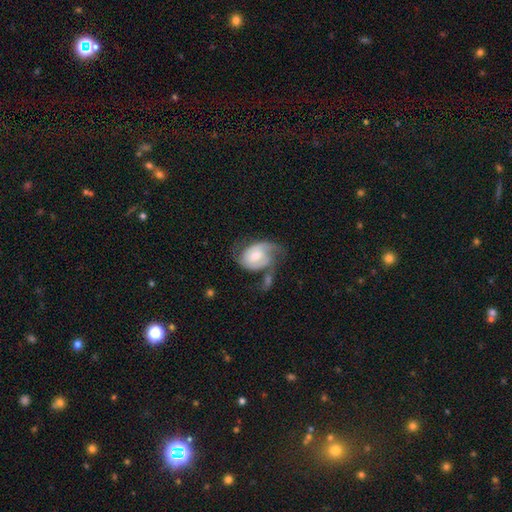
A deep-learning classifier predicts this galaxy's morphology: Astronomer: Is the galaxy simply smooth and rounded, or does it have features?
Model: featured or disk — 69%.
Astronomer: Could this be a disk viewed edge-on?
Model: no — 97%.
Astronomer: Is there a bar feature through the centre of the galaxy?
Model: no — 53% (runner-up: weak, 39%).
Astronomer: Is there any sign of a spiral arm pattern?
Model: yes — 88%.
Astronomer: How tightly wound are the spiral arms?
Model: medium — 43% (runner-up: tight, 35%).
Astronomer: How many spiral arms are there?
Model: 2 — 60%.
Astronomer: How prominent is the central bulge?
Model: moderate — 59%.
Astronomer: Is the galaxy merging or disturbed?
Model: major disturbance — 30% (runner-up: none, 29%).